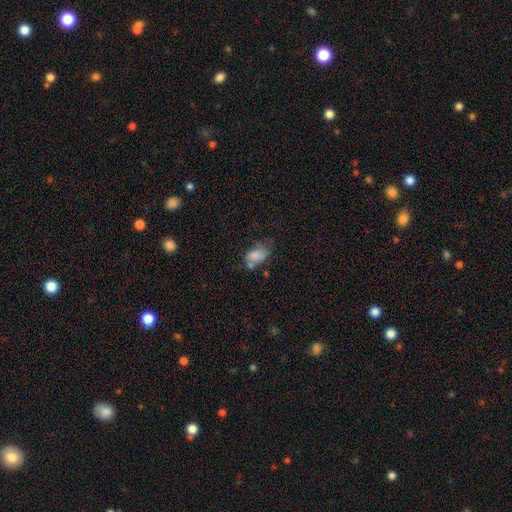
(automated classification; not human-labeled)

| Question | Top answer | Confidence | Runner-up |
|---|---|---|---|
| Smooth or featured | smooth | 68% | featured or disk (22%) |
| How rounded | in between | 86% | round (12%) |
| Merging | none | 33% | minor disturbance (26%) |